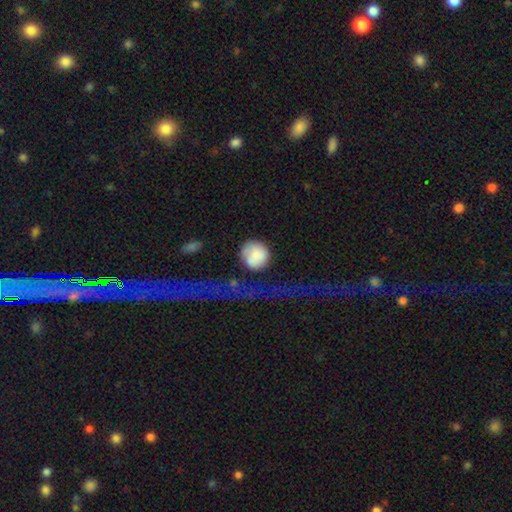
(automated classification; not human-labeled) Smooth or featured?
  - smooth: 78% *
  - featured or disk: 15%
  - star or artifact: 7%
How rounded?
  - round: 91% *
  - in between: 8%
  - cigar-shaped: 1%
Merging?
  - none: 45% *
  - major disturbance: 25%
  - minor disturbance: 19%
  - merger: 11%